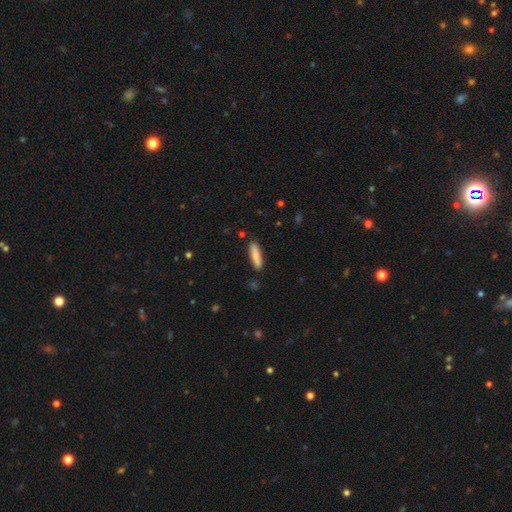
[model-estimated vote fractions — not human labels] A smooth galaxy with no disk features (78%) that is cigar-shaped (75%). Merging: none (86%).